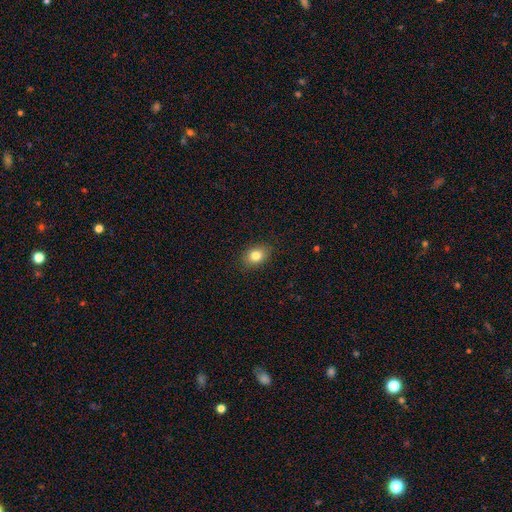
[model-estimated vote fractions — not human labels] A smooth galaxy with no disk features (82%) that is in between round and cigar-shaped (69%).

Vote fractions:
- Smooth or featured? smooth: 82% / star or artifact: 10% / featured or disk: 8%
- How rounded? in between: 69% / round: 30% / cigar-shaped: 1%
- Merging? none: 88% / minor disturbance: 9% / major disturbance: 2% / merger: 1%